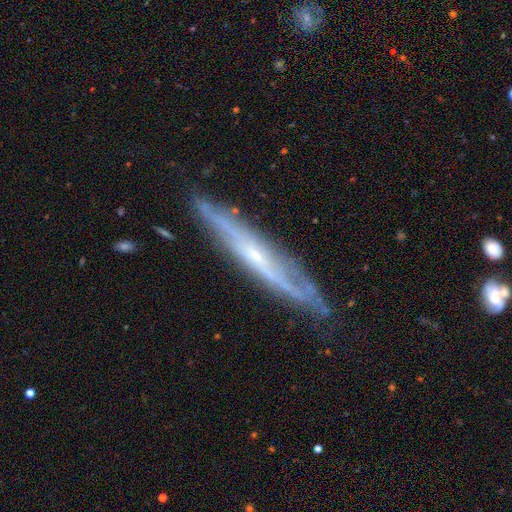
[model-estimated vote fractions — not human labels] A featured or disk galaxy (77%) viewed edge-on (74%) with no central bulge (48%, tied with rounded).

Vote fractions:
- Smooth or featured? featured or disk: 77% / smooth: 17% / star or artifact: 6%
- Edge-on disk? yes: 74% / no: 26%
- Edge-on bulge? none: 48% (tied) / rounded: 48% (tied) / boxy: 4%
- Merging? none: 77% / minor disturbance: 17% / major disturbance: 4% / merger: 2%